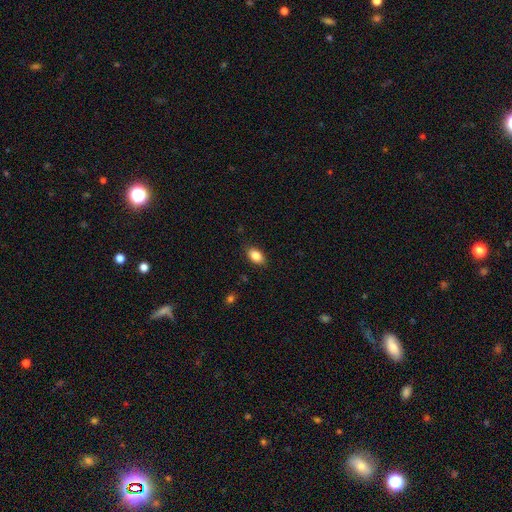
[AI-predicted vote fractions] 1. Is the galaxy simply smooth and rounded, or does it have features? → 85% smooth, 8% star or artifact, 7% featured or disk.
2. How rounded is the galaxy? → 90% in between, 8% round, 2% cigar-shaped.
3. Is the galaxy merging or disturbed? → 86% none, 11% minor disturbance, 2% major disturbance, 1% merger.